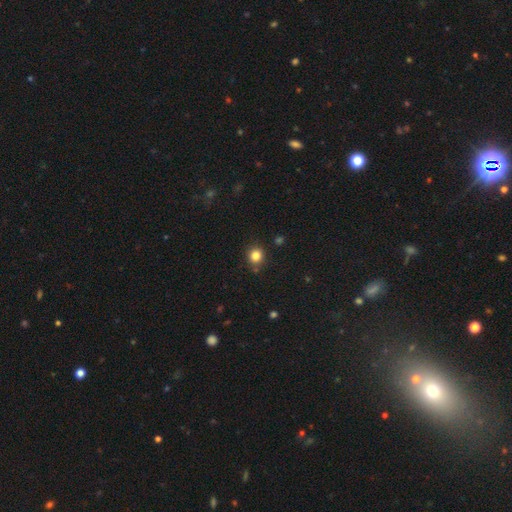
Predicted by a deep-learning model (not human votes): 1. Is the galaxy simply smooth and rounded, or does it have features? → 83% smooth, 12% star or artifact, 5% featured or disk.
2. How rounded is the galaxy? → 88% round, 11% in between, 1% cigar-shaped.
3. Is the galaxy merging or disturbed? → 84% none, 10% minor disturbance, 4% merger, 3% major disturbance.